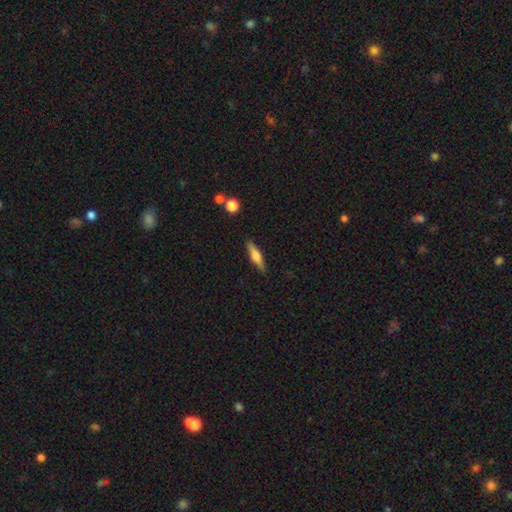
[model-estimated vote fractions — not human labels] Q: Smooth or featured?
A: smooth (55%); runner-up: featured or disk (39%)
Q: How rounded?
A: cigar-shaped (74%); runner-up: in between (24%)
Q: Merging?
A: none (87%); runner-up: minor disturbance (9%)